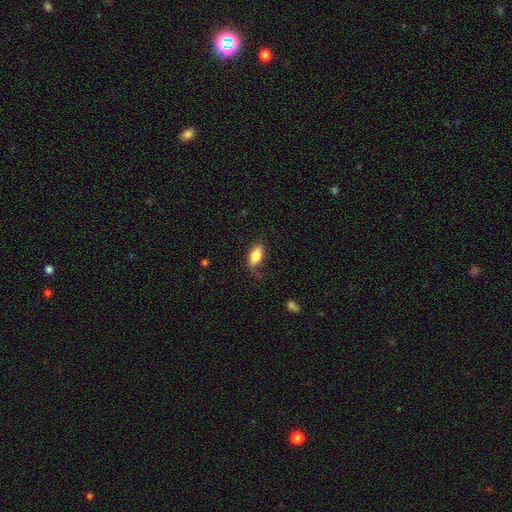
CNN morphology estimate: Smooth or featured: smooth — 83% (featured or disk — 11%)
How rounded: in between — 87% (cigar-shaped — 10%)
Merging: none — 72% (minor disturbance — 20%)